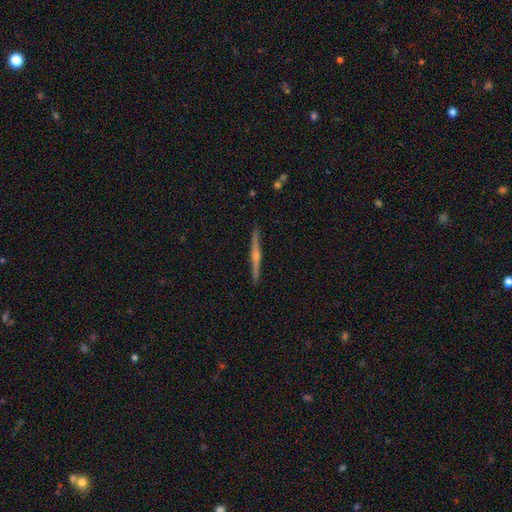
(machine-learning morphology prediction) Overall: featured or disk (82%). Edge-on disk: yes (99%). Edge-on bulge: rounded (88%). Merging: none (92%).